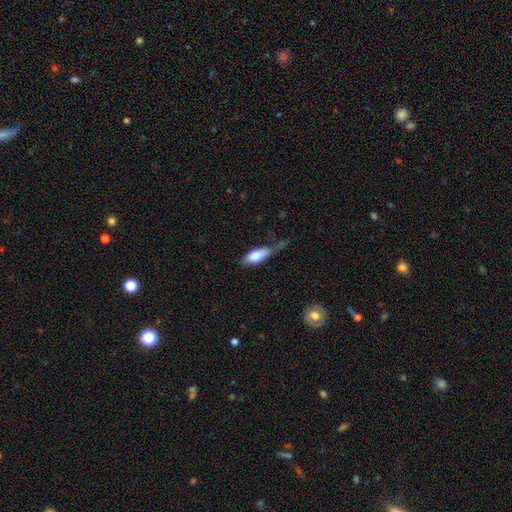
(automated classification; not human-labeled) A smooth galaxy with no disk features (73%) that is in between round and cigar-shaped (77%).

Vote fractions:
- Smooth or featured? smooth: 73% / featured or disk: 22% / star or artifact: 6%
- How rounded? in between: 77% / cigar-shaped: 20% / round: 3%
- Merging? minor disturbance: 37% / none: 33% / major disturbance: 26% / merger: 4%